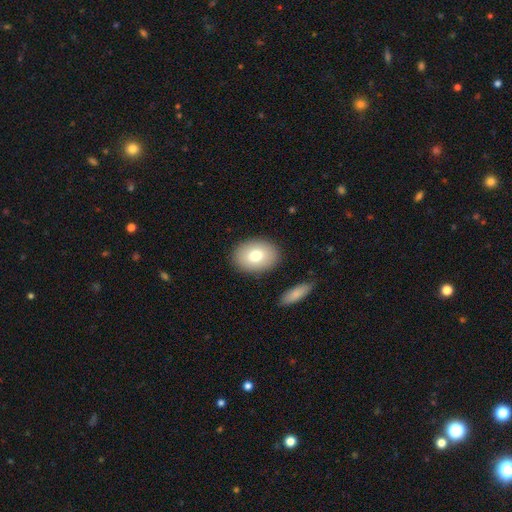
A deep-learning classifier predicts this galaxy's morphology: Smooth or featured?
  - smooth: 77% *
  - featured or disk: 16%
  - star or artifact: 8%
How rounded?
  - in between: 73% *
  - round: 26%
  - cigar-shaped: 1%
Merging?
  - none: 87% *
  - minor disturbance: 8%
  - major disturbance: 2%
  - merger: 2%